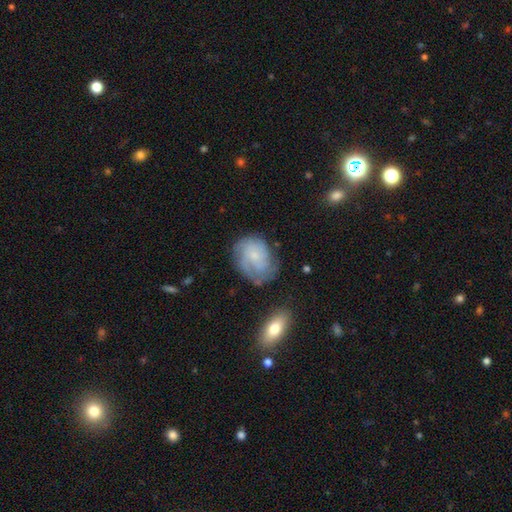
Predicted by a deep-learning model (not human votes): The model was most divided on "spiral arm count": can't tell: 38%, 3: 23%, 2: 21%, 4: 8%, 1: 6%, more than 4: 5%. More confident: edge-on disk — no (97%); spiral arms — yes (88%); bar — no (76%); bulge size — small (69%); smooth or featured — featured or disk (64%); merging — none (62%); spiral winding — tight (53%).